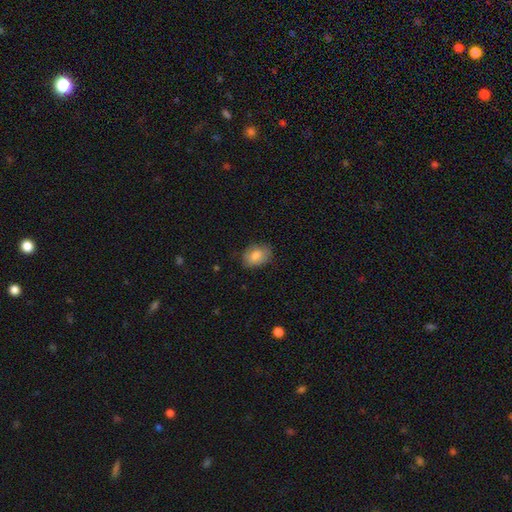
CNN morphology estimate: smooth-or-featured: smooth: 81% | featured or disk: 11% | star or artifact: 7%
  how-rounded: in between: 77% | round: 22% | cigar-shaped: 1%
  merging: none: 74% | minor disturbance: 21% | major disturbance: 5% | merger: 1%